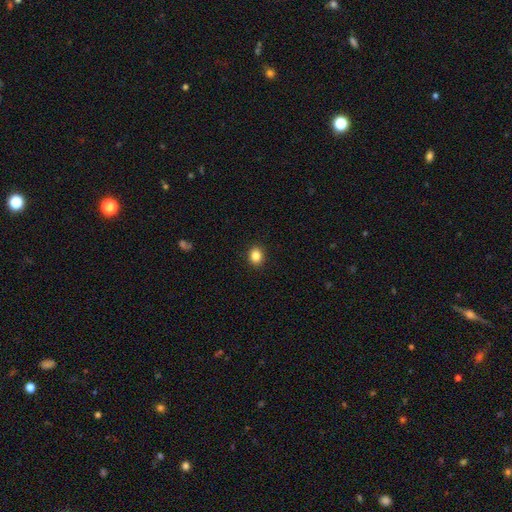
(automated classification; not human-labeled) Overall: smooth (85%). How rounded: round (67%; in between 32%). Merging: none (92%).